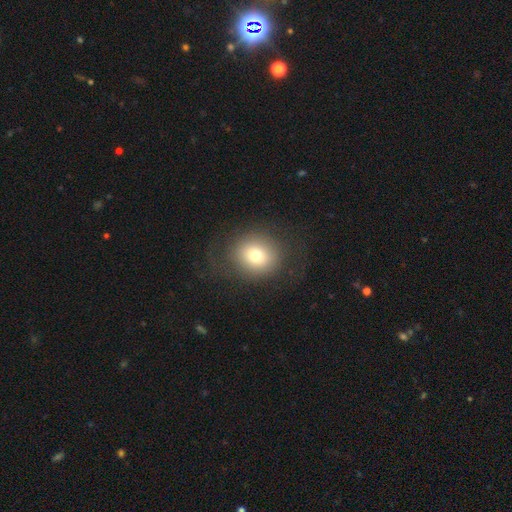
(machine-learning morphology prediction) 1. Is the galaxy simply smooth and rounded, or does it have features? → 71% smooth, 16% featured or disk, 13% star or artifact.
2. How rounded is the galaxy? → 83% round, 16% in between, 1% cigar-shaped.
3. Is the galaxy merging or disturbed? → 78% none, 11% minor disturbance, 10% major disturbance, 1% merger.